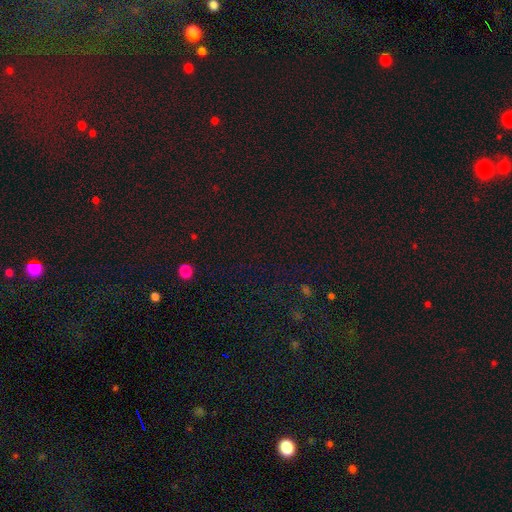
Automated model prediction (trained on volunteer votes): This is likely a star or artifact rather than a galaxy (68%).